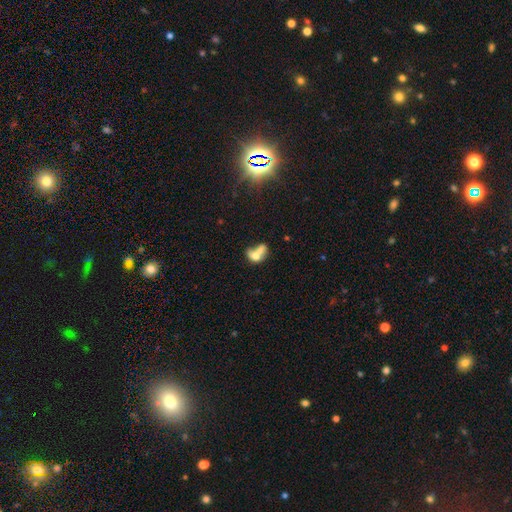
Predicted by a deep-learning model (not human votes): Q: Smooth or featured?
A: smooth (61%); runner-up: featured or disk (30%)
Q: How rounded?
A: in between (63%); runner-up: round (35%)
Q: Merging?
A: merger (71%); runner-up: none (14%)